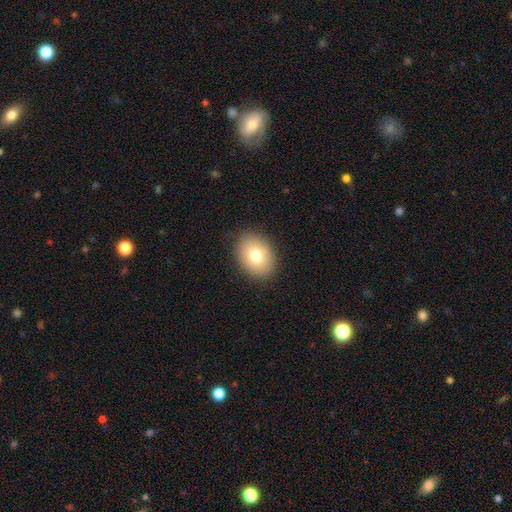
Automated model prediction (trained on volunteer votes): Smooth or featured: smooth — 76% (featured or disk — 15%)
How rounded: in between — 64% (round — 35%)
Merging: none — 87% (minor disturbance — 10%)